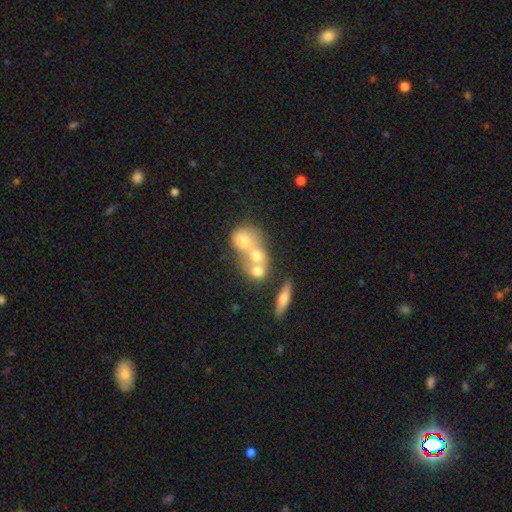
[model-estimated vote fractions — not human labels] Smooth or featured?
  - smooth: 50% *
  - featured or disk: 36%
  - star or artifact: 13%
How rounded?
  - round: 57% *
  - in between: 40%
  - cigar-shaped: 3%
Merging?
  - merger: 66% *
  - none: 22%
  - minor disturbance: 7%
  - major disturbance: 5%